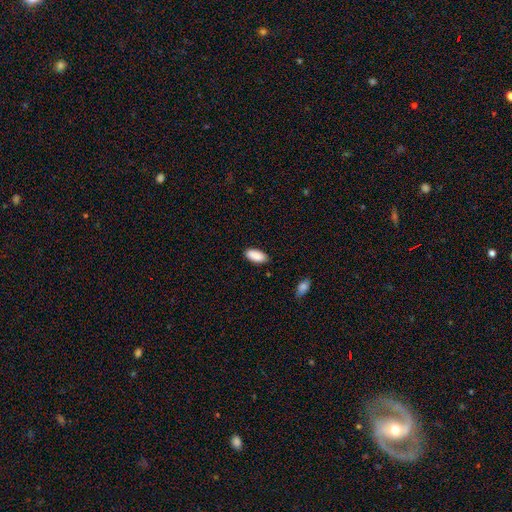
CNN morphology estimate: Smooth or featured? Predicted: smooth (p=0.90). How rounded? Predicted: in between (p=0.91). Merging? Predicted: none (p=0.85).